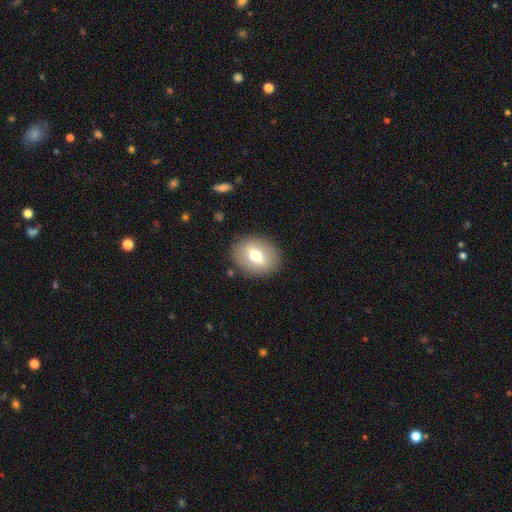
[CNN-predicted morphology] A smooth galaxy with no disk features (60%) that is in between round and cigar-shaped (66%).

Vote fractions:
- Smooth or featured? smooth: 60% / featured or disk: 32% / star or artifact: 8%
- How rounded? in between: 66% / round: 33% / cigar-shaped: 1%
- Merging? none: 86% / minor disturbance: 9% / major disturbance: 4% / merger: 1%